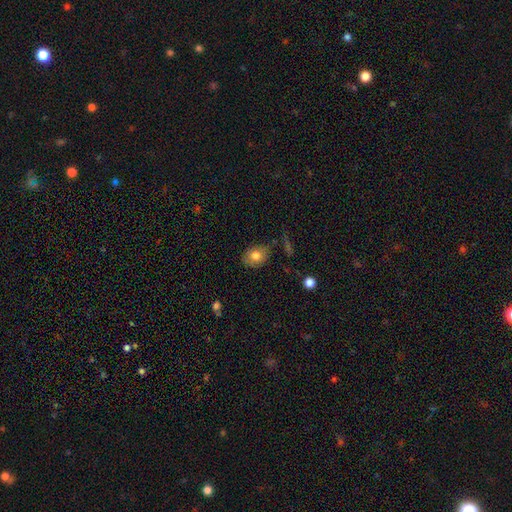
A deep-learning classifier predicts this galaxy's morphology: This is likely a smooth galaxy (78%). How rounded: likely in between (69%). Merging: likely none (74%).